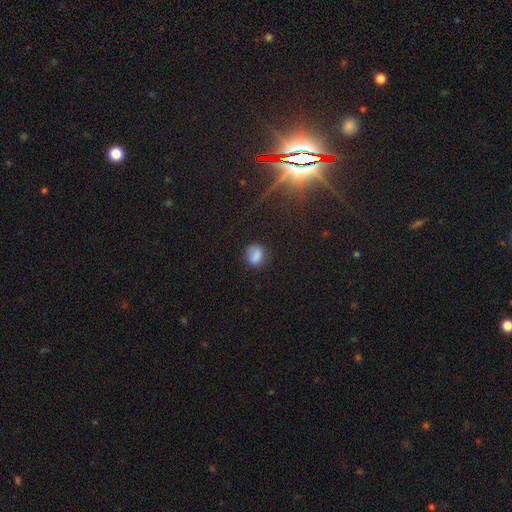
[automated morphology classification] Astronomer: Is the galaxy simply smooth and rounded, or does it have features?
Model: smooth — 81%.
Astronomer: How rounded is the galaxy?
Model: round — 55% (runner-up: in between, 43%).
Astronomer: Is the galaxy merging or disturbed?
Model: none — 68%.